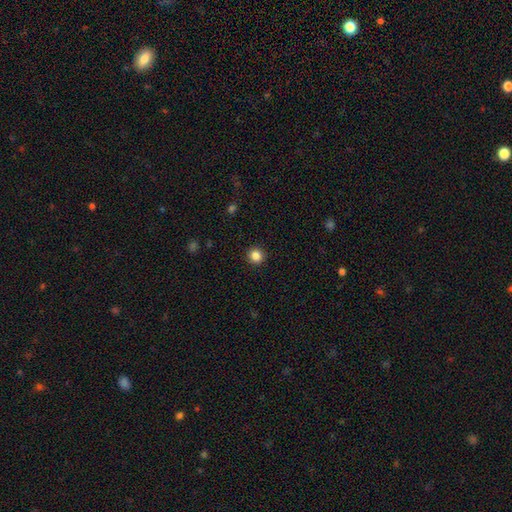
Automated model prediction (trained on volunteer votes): This is clearly a smooth galaxy (85%). How rounded: clearly round (93%). Merging: clearly none (93%).